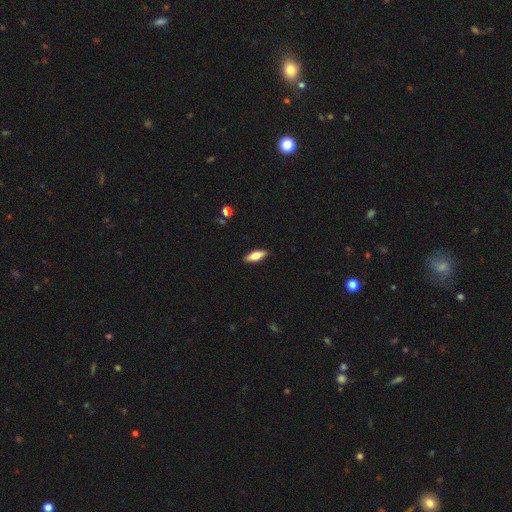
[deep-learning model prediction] Smooth or featured? smooth (67%)
How rounded? in between (60%)
Merging? none (89%)